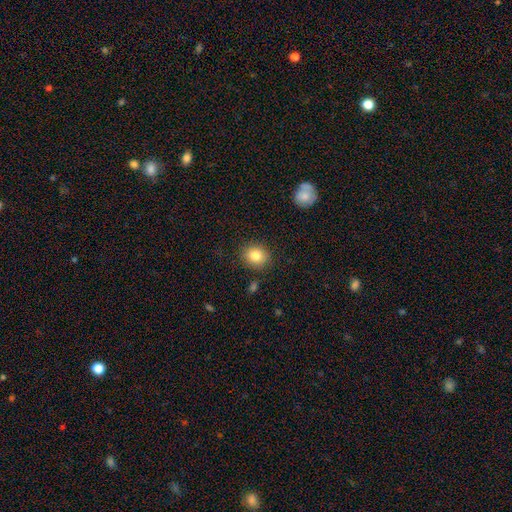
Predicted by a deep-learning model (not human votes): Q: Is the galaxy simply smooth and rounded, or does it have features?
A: smooth — 83%.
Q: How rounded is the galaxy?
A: round — 75%.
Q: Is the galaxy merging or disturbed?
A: none — 86%.